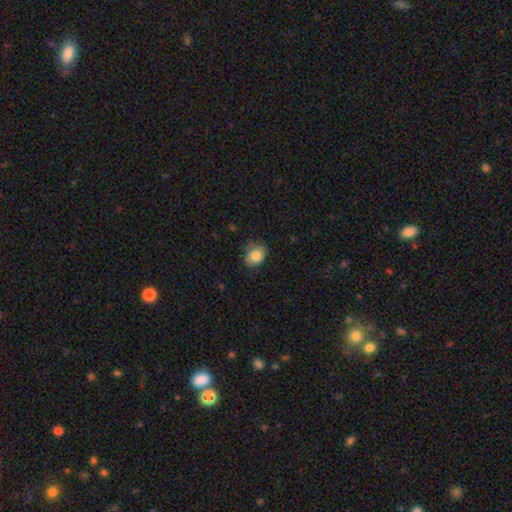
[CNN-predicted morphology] type=smooth (81%); roundness=round (51%); merging=none (64%).